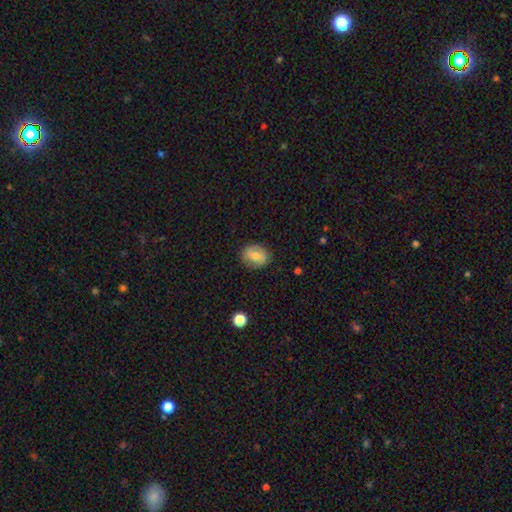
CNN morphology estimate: A smooth galaxy with no disk features (63%) that is round (53%).

Vote fractions:
- Smooth or featured? smooth: 63% / featured or disk: 29% / star or artifact: 8%
- How rounded? round: 53% / in between: 46% / cigar-shaped: 1%
- Merging? none: 82% / minor disturbance: 13% / major disturbance: 3% / merger: 1%